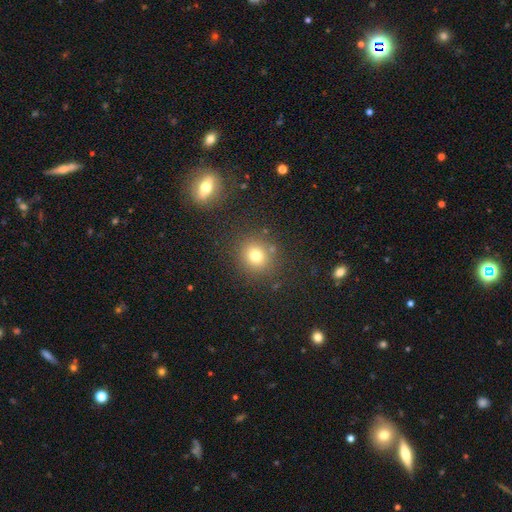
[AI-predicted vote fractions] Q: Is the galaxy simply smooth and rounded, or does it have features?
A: smooth — 77%.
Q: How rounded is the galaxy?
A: round — 85%.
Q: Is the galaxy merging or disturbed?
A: none — 84%.